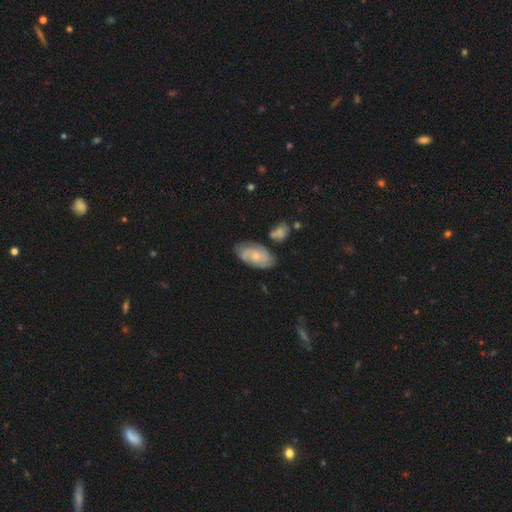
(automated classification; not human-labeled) A smooth galaxy with no disk features (49%).

Vote fractions:
- Smooth or featured? smooth: 49% / featured or disk: 45% / star or artifact: 7%
- Merging? none: 66% / minor disturbance: 20% / merger: 9% / major disturbance: 5%